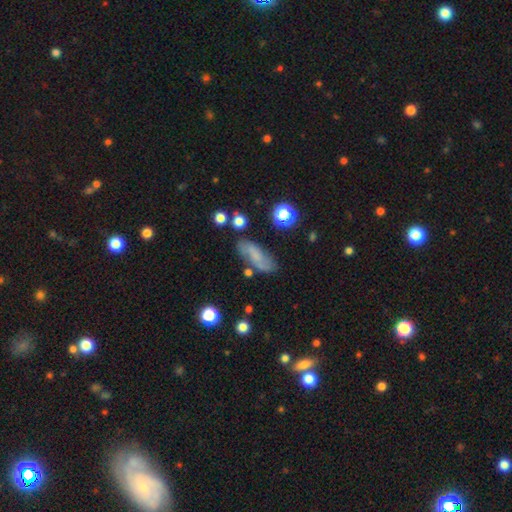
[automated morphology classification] A smooth galaxy with no disk features (51%) that is in between round and cigar-shaped (62%). Merging: none (70%).